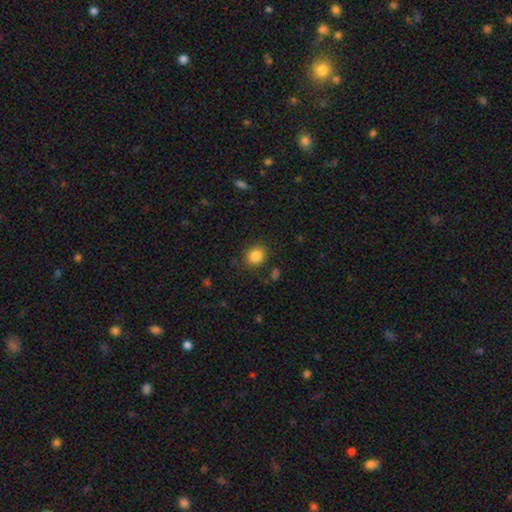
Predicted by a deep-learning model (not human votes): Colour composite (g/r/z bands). It shows a smooth galaxy with no disk features (85%) that is round (72%). Merging: none (83%).